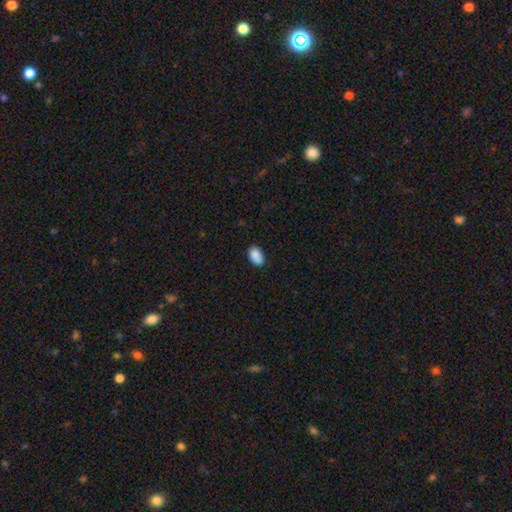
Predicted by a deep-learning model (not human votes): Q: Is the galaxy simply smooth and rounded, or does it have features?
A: smooth — 86%.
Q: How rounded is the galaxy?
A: in between — 90%.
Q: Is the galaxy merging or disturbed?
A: none — 75%.